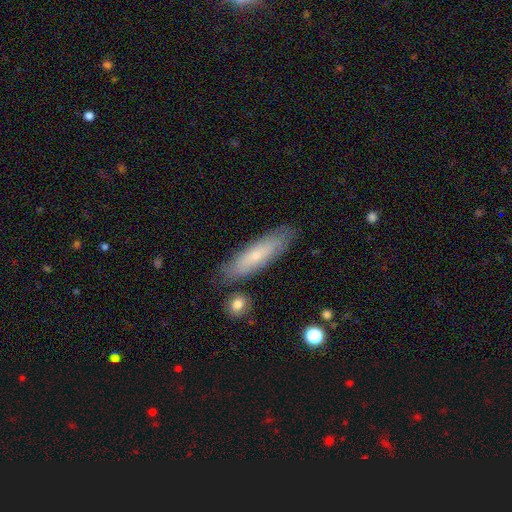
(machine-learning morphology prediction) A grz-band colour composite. It shows a smooth galaxy with no disk features (61%) that is cigar-shaped (73%). Merging: none (82%).